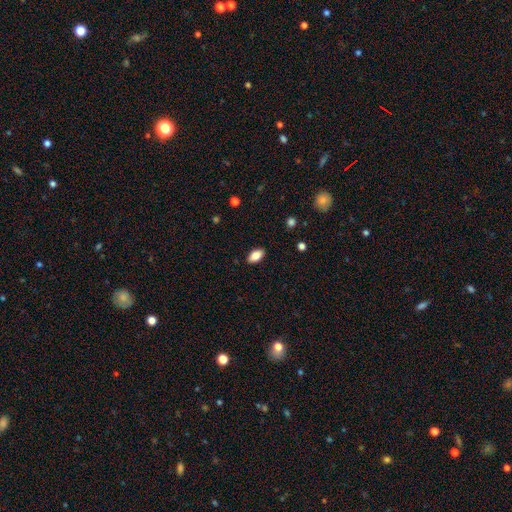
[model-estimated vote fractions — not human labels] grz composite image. It shows a smooth galaxy with no disk features (84%) that is in between round and cigar-shaped (92%). Merging: none (89%).